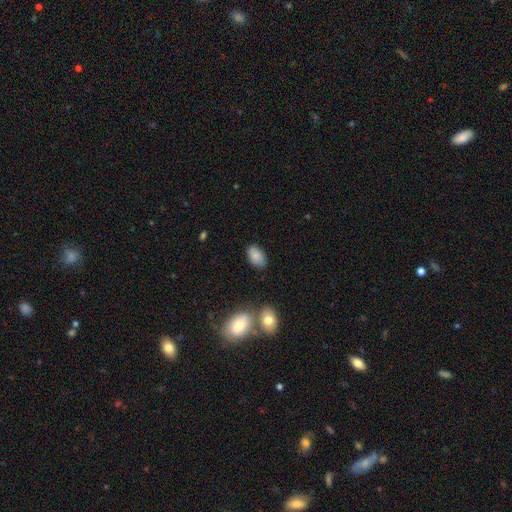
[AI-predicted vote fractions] This is clearly a smooth galaxy (86%). How rounded: clearly in between (93%). Merging: clearly none (82%).